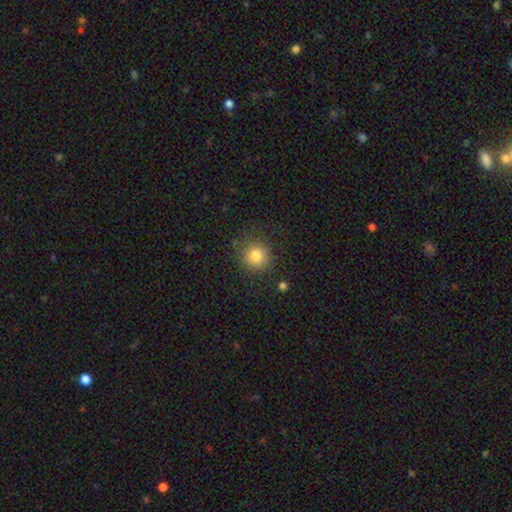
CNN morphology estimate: The model was most divided on "smooth or featured": smooth: 82%, star or artifact: 12%, featured or disk: 7%. More confident: how rounded — round (91%); merging — none (84%).